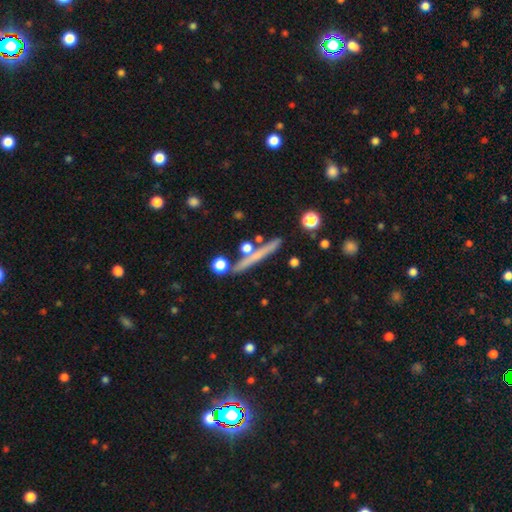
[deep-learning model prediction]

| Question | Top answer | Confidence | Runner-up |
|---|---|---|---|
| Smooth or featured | featured or disk | 46% | smooth (45%) |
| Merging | none | 81% | minor disturbance (9%) |